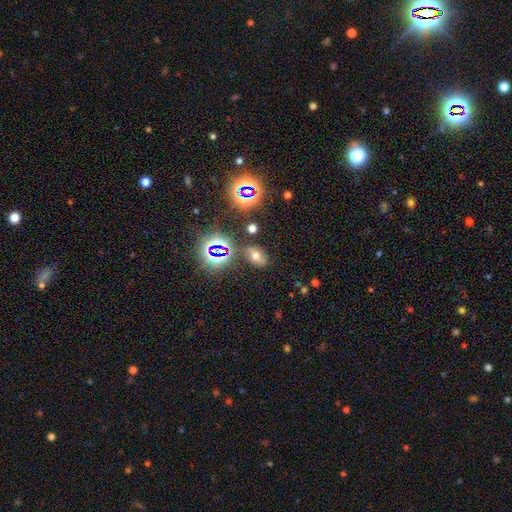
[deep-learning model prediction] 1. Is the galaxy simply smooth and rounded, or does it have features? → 50% smooth, 31% star or artifact, 19% featured or disk.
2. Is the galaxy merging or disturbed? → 76% none, 14% minor disturbance, 5% major disturbance, 5% merger.